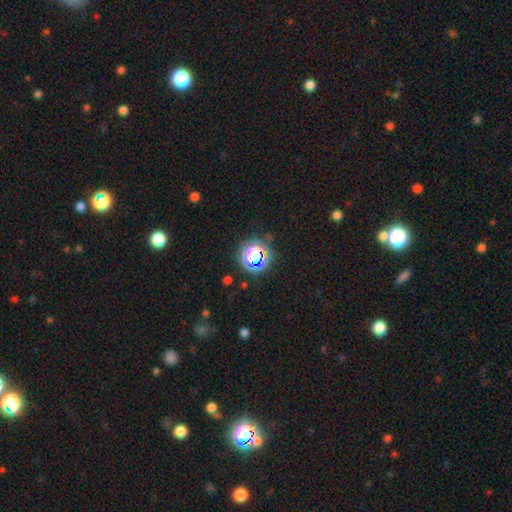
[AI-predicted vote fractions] The model was most divided on "smooth or featured": star or artifact: 52%, smooth: 37%, featured or disk: 10%.